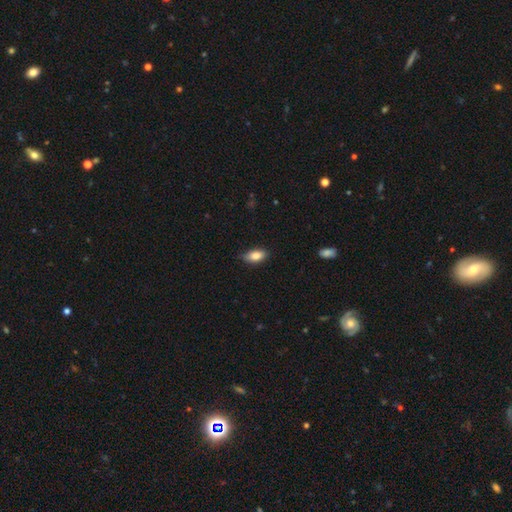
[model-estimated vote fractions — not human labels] smooth-or-featured: smooth: 84% | featured or disk: 10% | star or artifact: 7%
  how-rounded: in between: 88% | cigar-shaped: 9% | round: 3%
  merging: none: 82% | minor disturbance: 15% | major disturbance: 2% | merger: 1%